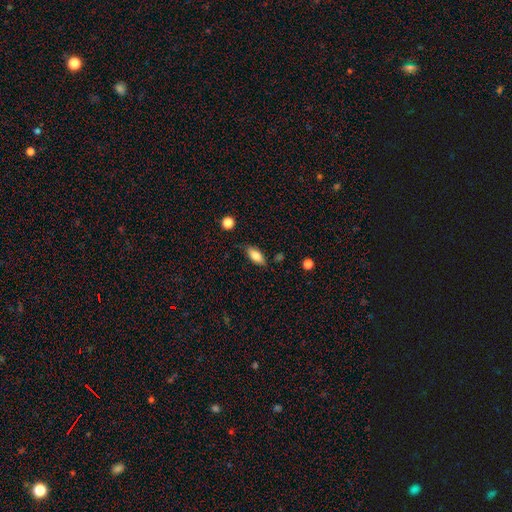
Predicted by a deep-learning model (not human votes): This appears to be a smooth galaxy with no disk features (78%) that is in between round and cigar-shaped (82%). Merging: none (78%).